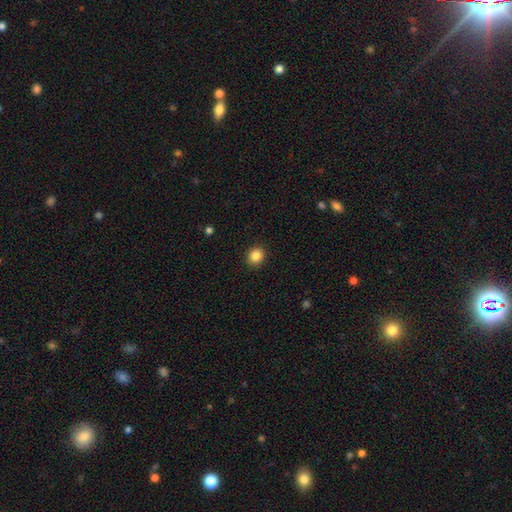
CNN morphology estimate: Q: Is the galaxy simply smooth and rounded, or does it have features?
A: smooth — 86%.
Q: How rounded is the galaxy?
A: round — 80%.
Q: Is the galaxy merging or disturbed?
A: none — 91%.